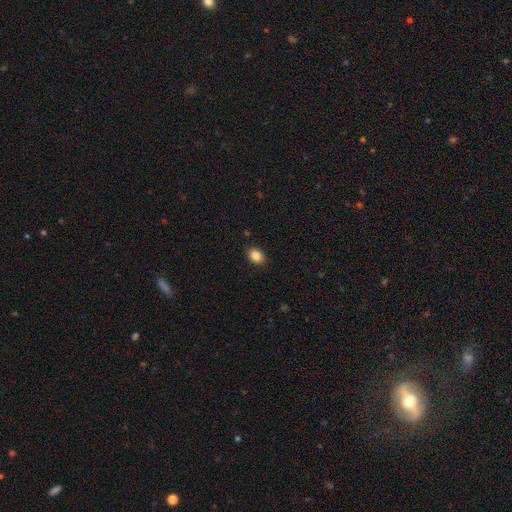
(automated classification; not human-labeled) Smooth or featured: smooth — 86% (star or artifact — 9%)
How rounded: in between — 69% (round — 30%)
Merging: none — 90% (minor disturbance — 8%)